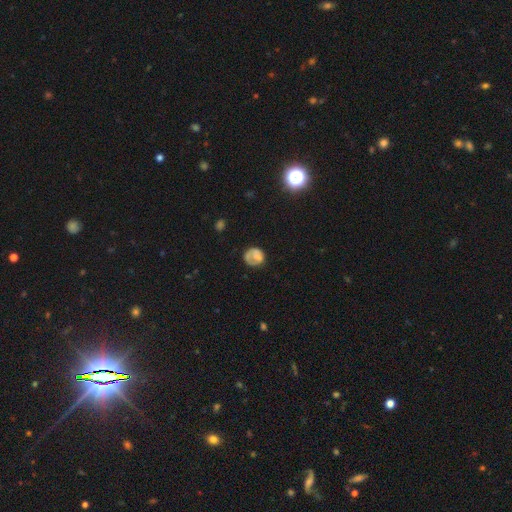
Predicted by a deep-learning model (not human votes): Smooth or featured? Predicted: smooth (p=0.66). How rounded? Predicted: round (p=0.76). Merging? Predicted: none (p=0.57).